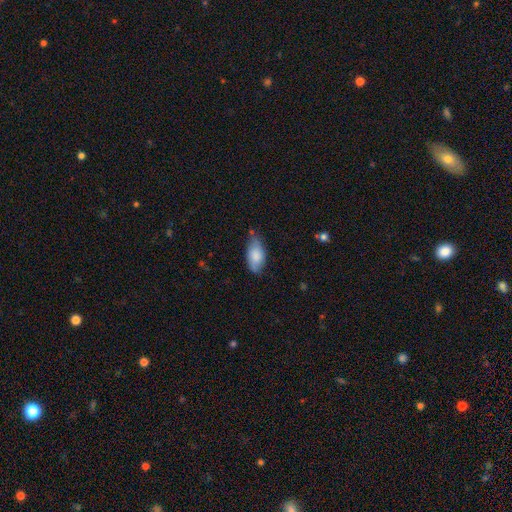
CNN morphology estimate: Smooth or featured?
  - smooth: 79% *
  - featured or disk: 15%
  - star or artifact: 6%
How rounded?
  - in between: 91% *
  - cigar-shaped: 6%
  - round: 3%
Merging?
  - none: 54% *
  - minor disturbance: 36%
  - major disturbance: 7%
  - merger: 3%